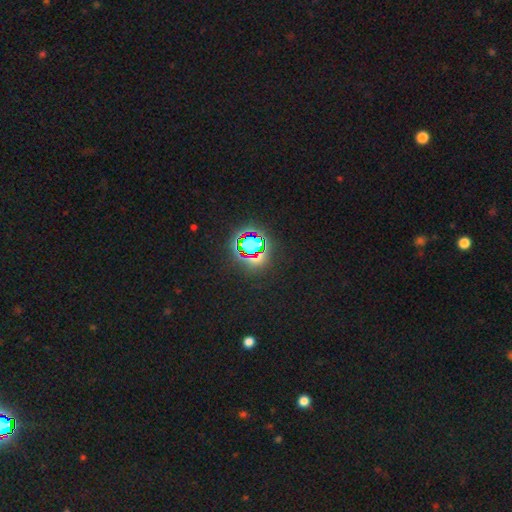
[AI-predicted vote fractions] smooth-or-featured: star or artifact: 72% | smooth: 18% | featured or disk: 10%